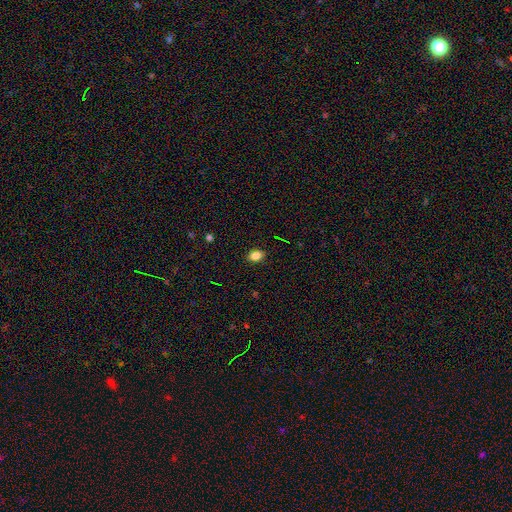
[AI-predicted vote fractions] Smooth or featured?
  - smooth: 84% *
  - star or artifact: 11%
  - featured or disk: 5%
How rounded?
  - in between: 75% *
  - round: 23%
  - cigar-shaped: 1%
Merging?
  - none: 89% *
  - minor disturbance: 8%
  - major disturbance: 2%
  - merger: 1%